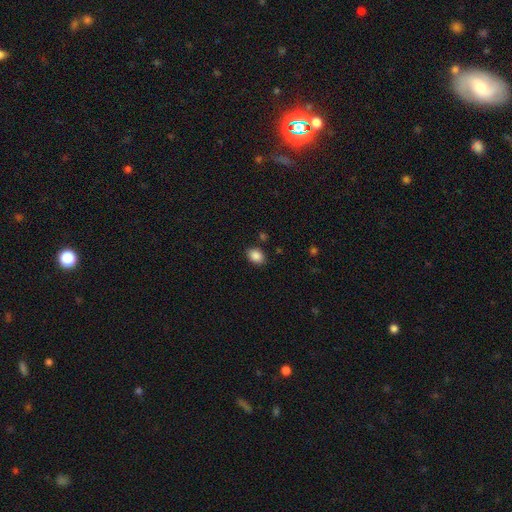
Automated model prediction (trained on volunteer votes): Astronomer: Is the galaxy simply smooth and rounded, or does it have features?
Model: smooth — 87%.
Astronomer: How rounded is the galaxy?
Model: in between — 72%.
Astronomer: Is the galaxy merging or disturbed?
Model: none — 85%.